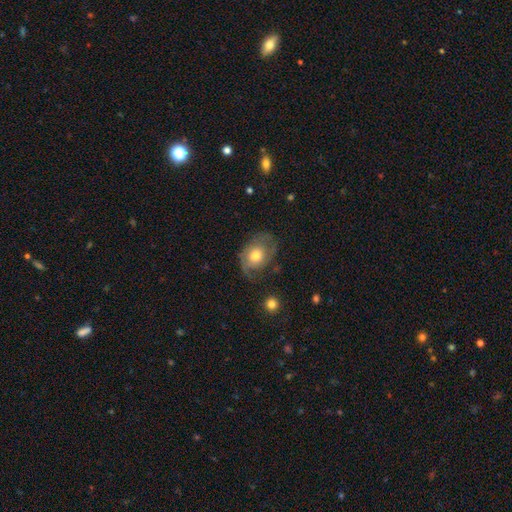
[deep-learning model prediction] Smooth or featured?
  - smooth: 46% * (tied)
  - featured or disk: 46% * (tied)
  - star or artifact: 7%
Merging?
  - none: 54% *
  - minor disturbance: 27%
  - major disturbance: 17%
  - merger: 2%